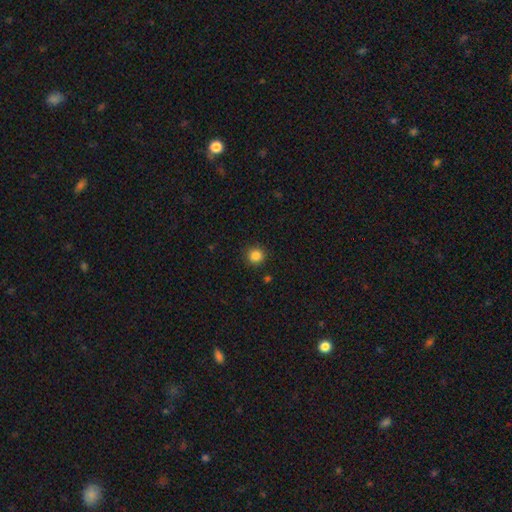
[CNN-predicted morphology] Smooth or featured?
  - smooth: 85% *
  - star or artifact: 11%
  - featured or disk: 4%
How rounded?
  - round: 94% *
  - in between: 5%
  - cigar-shaped: 1%
Merging?
  - none: 91% *
  - minor disturbance: 6%
  - major disturbance: 2%
  - merger: 1%